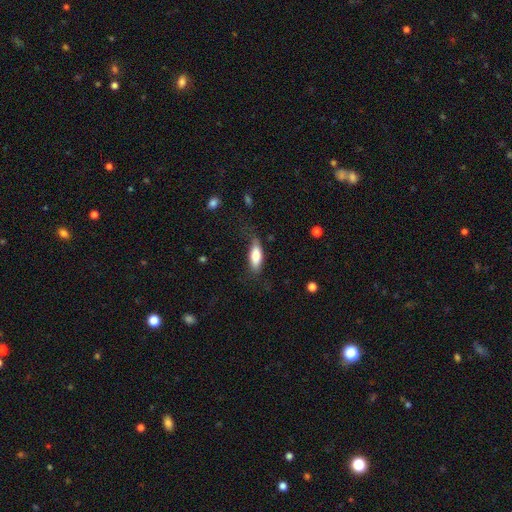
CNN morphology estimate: Overall: smooth (76%). How rounded: in between (72%). Merging: none (61%; minor disturbance 26%).